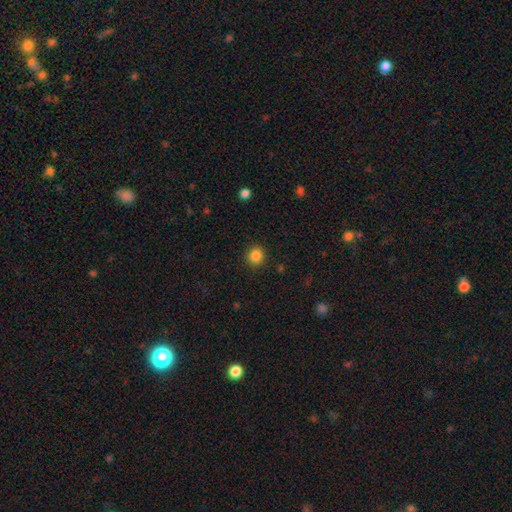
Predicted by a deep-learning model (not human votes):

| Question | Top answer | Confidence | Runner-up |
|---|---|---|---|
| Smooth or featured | smooth | 85% | star or artifact (11%) |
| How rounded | round | 87% | in between (12%) |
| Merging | none | 91% | minor disturbance (6%) |